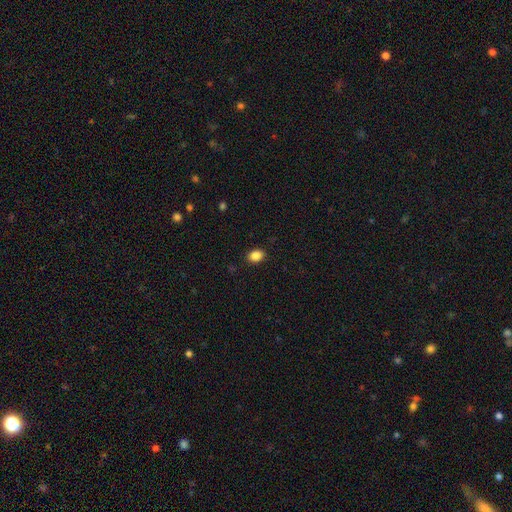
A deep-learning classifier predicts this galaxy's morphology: Smooth or featured? Predicted: smooth (p=0.86). How rounded? Predicted: in between (p=0.66). Merging? Predicted: none (p=0.89).